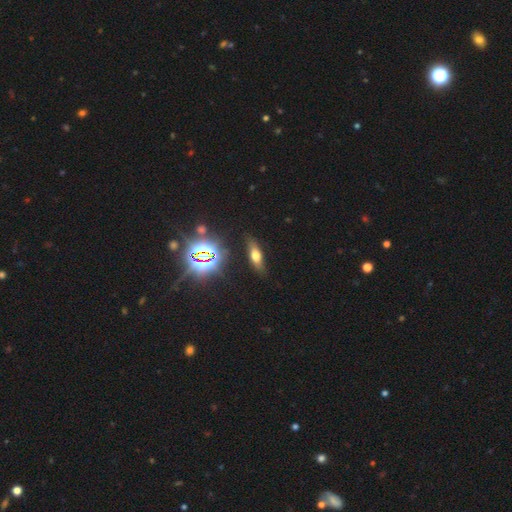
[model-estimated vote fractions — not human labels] Smooth or featured? Predicted: smooth (p=0.51). How rounded? Predicted: in between (p=0.54). Merging? Predicted: none (p=0.83).